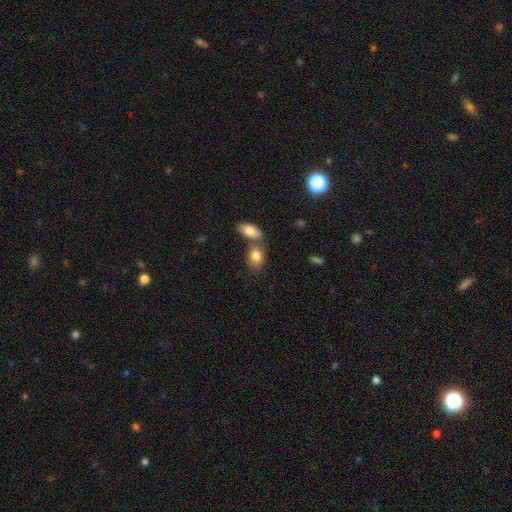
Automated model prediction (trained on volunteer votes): This appears to be a smooth galaxy with no disk features (83%) that is in between round and cigar-shaped (76%). Merging: none (45%).